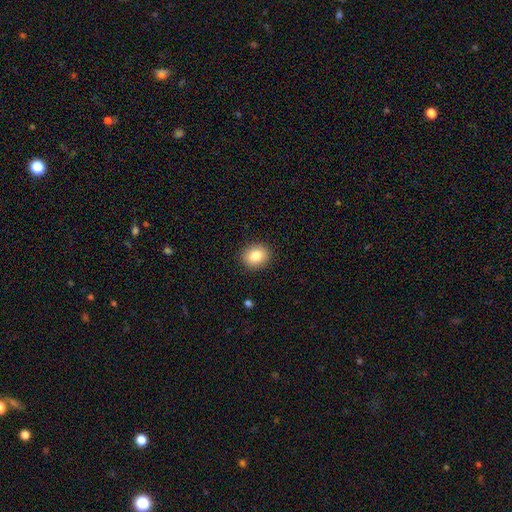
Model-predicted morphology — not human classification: Smooth or featured? Predicted: smooth (p=0.82). How rounded? Predicted: round (p=0.67). Merging? Predicted: none (p=0.90).